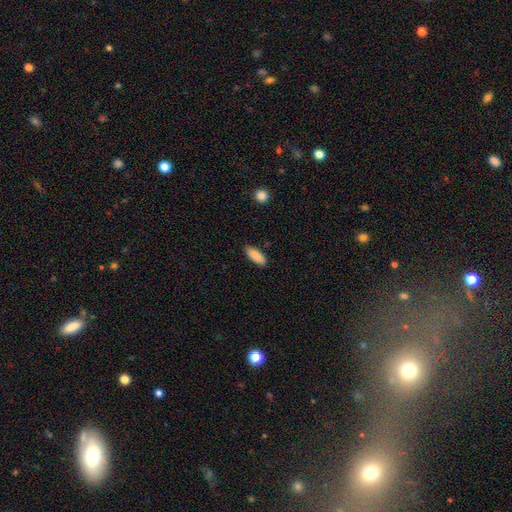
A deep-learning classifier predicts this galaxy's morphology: smooth-or-featured: smooth: 87% | featured or disk: 7% | star or artifact: 6%
  how-rounded: in between: 67% | cigar-shaped: 32% | round: 2%
  merging: none: 87% | minor disturbance: 10% | major disturbance: 2% | merger: 1%